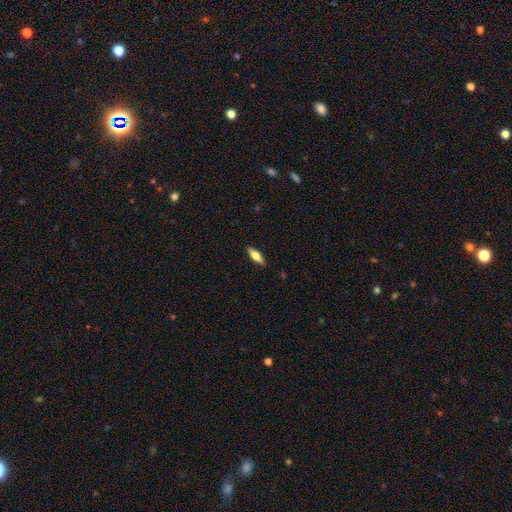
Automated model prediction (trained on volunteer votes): A smooth galaxy with no disk features (63%) that is in between round and cigar-shaped (60%).

Vote fractions:
- Smooth or featured? smooth: 63% / featured or disk: 31% / star or artifact: 7%
- How rounded? in between: 60% / cigar-shaped: 38% / round: 3%
- Merging? none: 88% / minor disturbance: 9% / major disturbance: 2% / merger: 1%